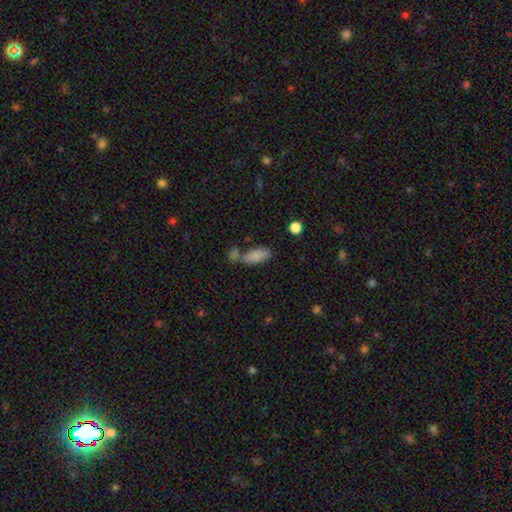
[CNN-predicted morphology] This appears to be a smooth galaxy with no disk features (85%) that is in between round and cigar-shaped (88%). Merging: none (53%).